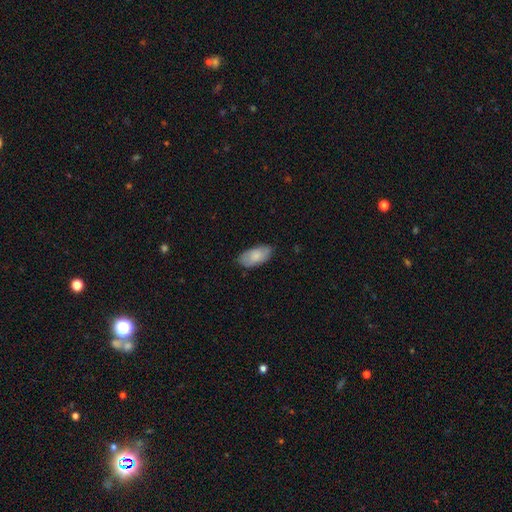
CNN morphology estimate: Q: Smooth or featured?
A: smooth (81%); runner-up: featured or disk (13%)
Q: How rounded?
A: in between (93%); runner-up: cigar-shaped (5%)
Q: Merging?
A: none (79%); runner-up: minor disturbance (17%)